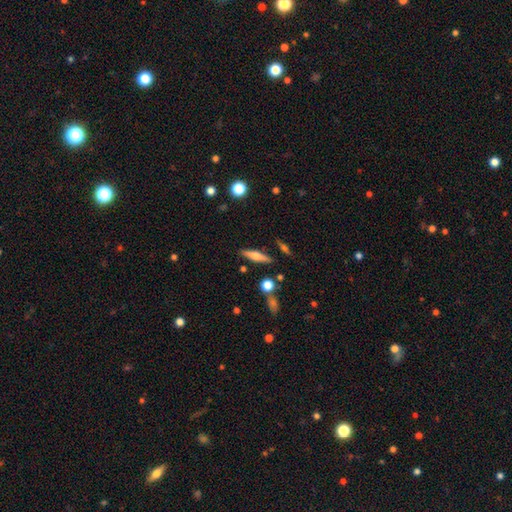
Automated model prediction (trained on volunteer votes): Smooth or featured?
  - smooth: 47% *
  - featured or disk: 45%
  - star or artifact: 8%
Merging?
  - none: 83% *
  - minor disturbance: 10%
  - merger: 4%
  - major disturbance: 3%